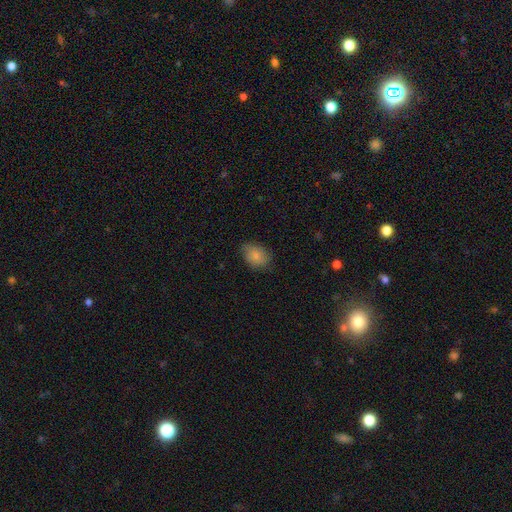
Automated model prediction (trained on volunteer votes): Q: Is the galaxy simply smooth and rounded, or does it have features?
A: smooth — 83%.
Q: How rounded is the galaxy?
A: in between — 75%.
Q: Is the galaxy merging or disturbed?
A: none — 74%.